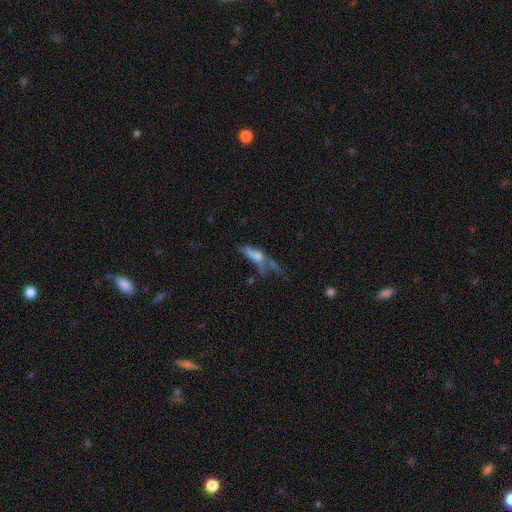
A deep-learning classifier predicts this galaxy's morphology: Q: Smooth or featured?
A: smooth (42%); runner-up: featured or disk (41%)
Q: Merging?
A: major disturbance (32%); runner-up: merger (27%)